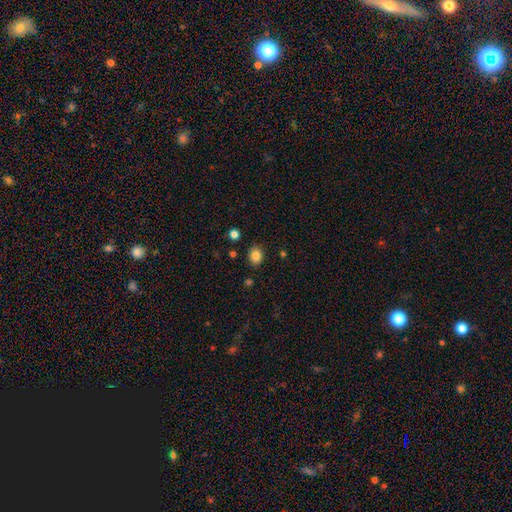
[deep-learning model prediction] smooth 84%, star or artifact 11%, featured or disk 5%. Down the decision tree: how rounded — round (52%); merging — none (86%).